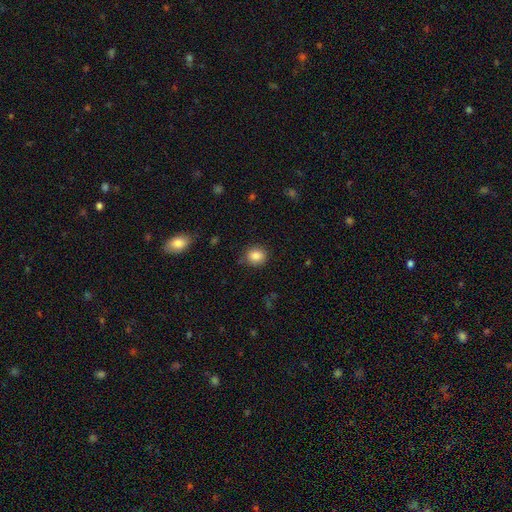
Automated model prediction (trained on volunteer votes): A smooth galaxy with no disk features (86%) that is round (73%).

Vote fractions:
- Smooth or featured? smooth: 86% / star or artifact: 9% / featured or disk: 5%
- How rounded? round: 73% / in between: 26% / cigar-shaped: 1%
- Merging? none: 83% / minor disturbance: 13% / major disturbance: 3% / merger: 1%